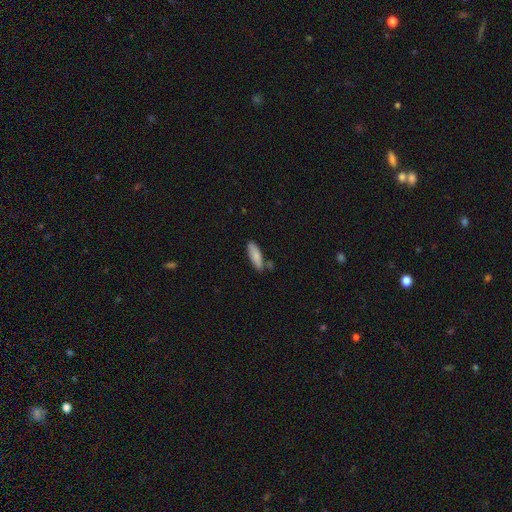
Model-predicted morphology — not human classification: A smooth galaxy with no disk features (84%) that is in between round and cigar-shaped (54%).

Vote fractions:
- Smooth or featured? smooth: 84% / featured or disk: 10% / star or artifact: 6%
- How rounded? in between: 54% / cigar-shaped: 44% / round: 2%
- Merging? none: 72% / minor disturbance: 17% / merger: 8% / major disturbance: 3%